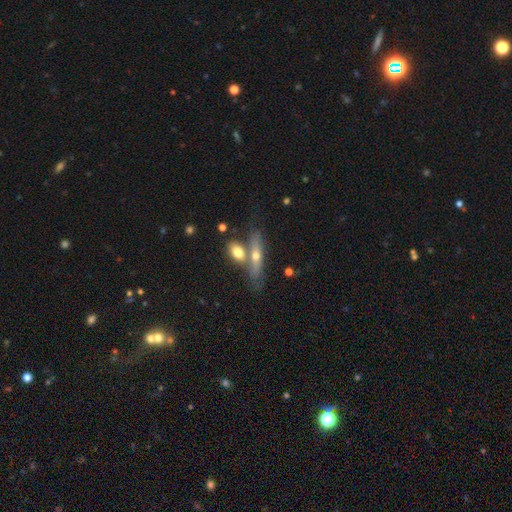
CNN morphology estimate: A featured or disk galaxy (51%) viewed edge-on (81%).

Vote fractions:
- Smooth or featured? featured or disk: 51% / smooth: 42% / star or artifact: 7%
- Edge-on disk? yes: 81% / no: 19%
- Merging? none: 53% / merger: 32% / minor disturbance: 11% / major disturbance: 4%